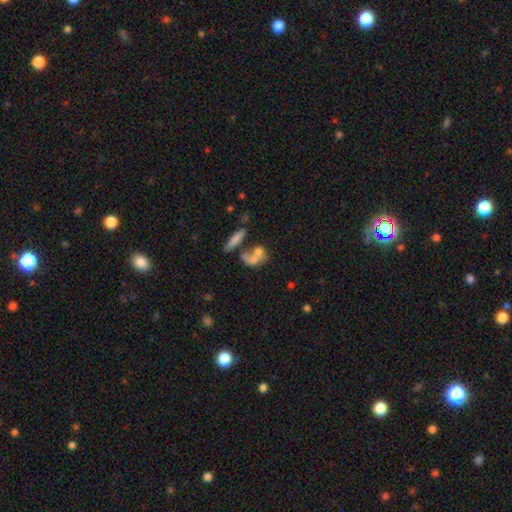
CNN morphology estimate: type=smooth (59%); roundness=in between (63%); merging=merger (54%).